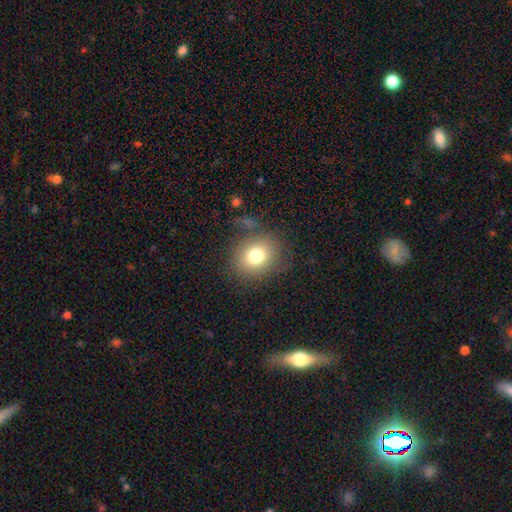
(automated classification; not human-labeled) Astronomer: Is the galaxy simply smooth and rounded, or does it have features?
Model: smooth — 77%.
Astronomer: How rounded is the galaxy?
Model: round — 74%.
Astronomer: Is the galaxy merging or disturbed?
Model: none — 79%.